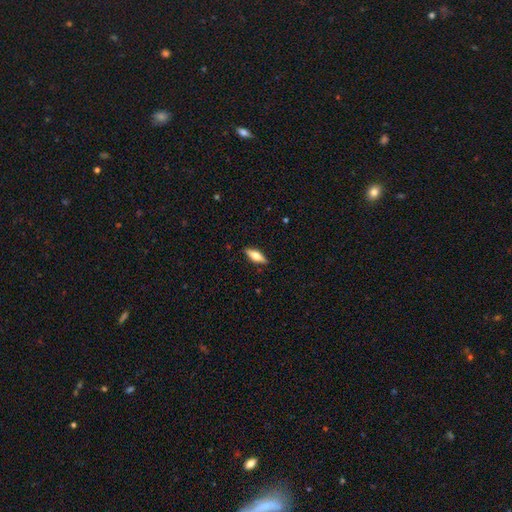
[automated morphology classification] Q: Smooth or featured?
A: smooth (54%); runner-up: featured or disk (40%)
Q: How rounded?
A: in between (57%); runner-up: cigar-shaped (40%)
Q: Merging?
A: none (88%); runner-up: minor disturbance (9%)